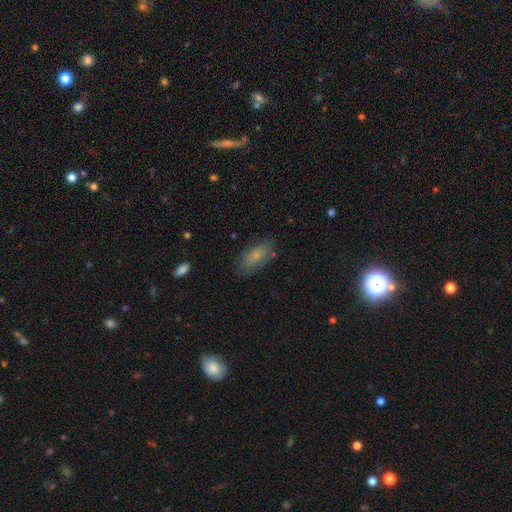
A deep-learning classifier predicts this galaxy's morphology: A smooth galaxy with no disk features (70%) that is in between round and cigar-shaped (86%). Merging: none (72%).